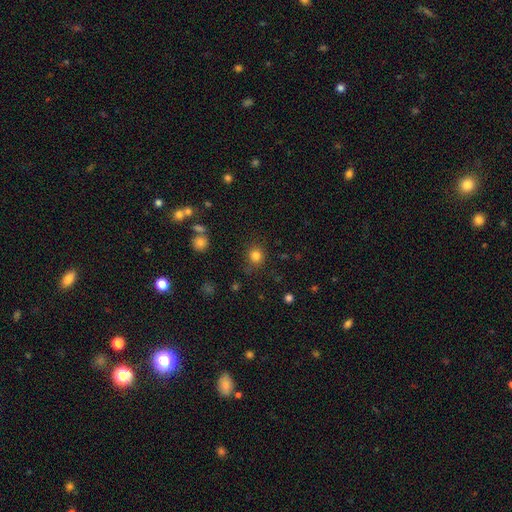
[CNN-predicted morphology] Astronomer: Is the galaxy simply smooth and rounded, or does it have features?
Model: smooth — 82%.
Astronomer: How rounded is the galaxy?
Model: round — 88%.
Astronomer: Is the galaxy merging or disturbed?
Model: none — 83%.